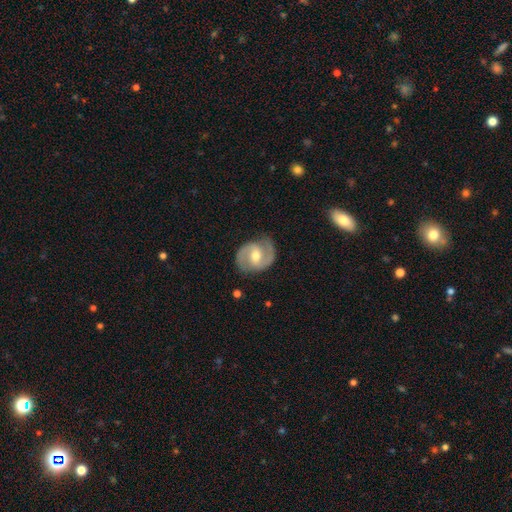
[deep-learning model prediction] Overall: featured or disk (85%). Edge-on disk: no (98%). Bar: weak (54%; no 23%). Spiral arms: yes (95%). Spiral arm count: 2 (92%). Spiral winding: medium (56%; tight 26%). Bulge size: moderate (71%). Merging: none (82%).